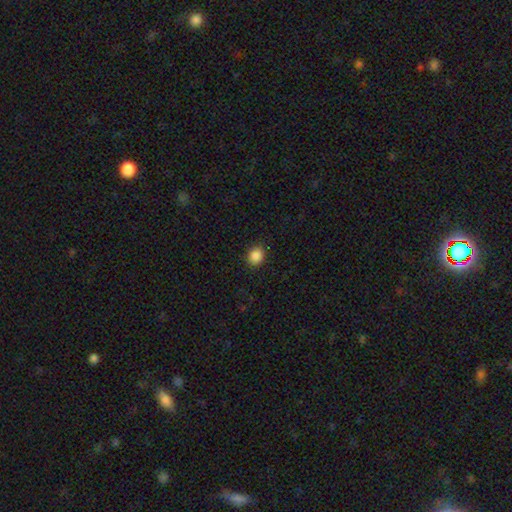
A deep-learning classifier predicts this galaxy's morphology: Overall: smooth (87%). How rounded: round (68%; in between 31%). Merging: none (90%).